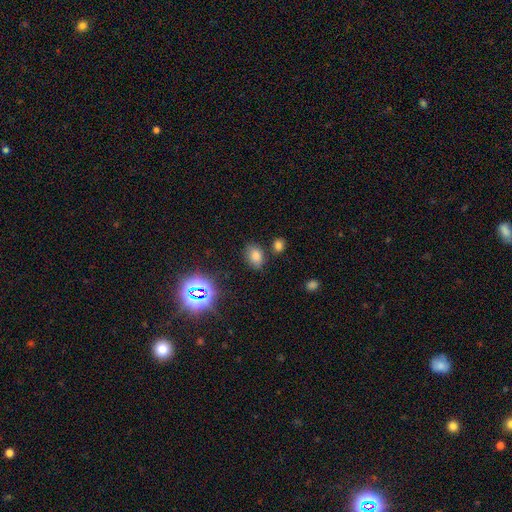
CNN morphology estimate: Q: Smooth or featured?
A: smooth (75%); runner-up: star or artifact (17%)
Q: How rounded?
A: in between (77%); runner-up: round (22%)
Q: Merging?
A: none (77%); runner-up: minor disturbance (13%)